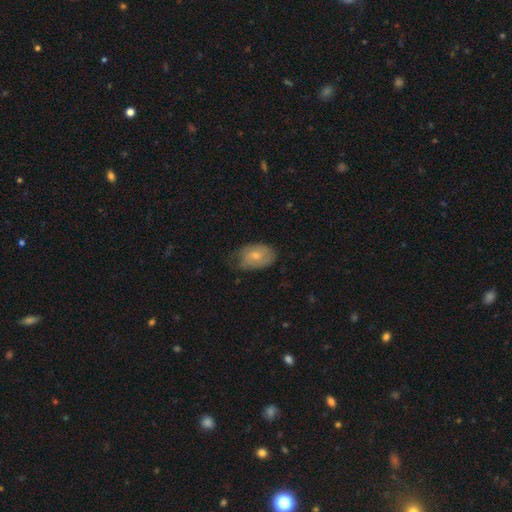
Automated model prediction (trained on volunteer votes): Smooth or featured: smooth — 66% (featured or disk — 28%)
How rounded: in between — 86% (round — 12%)
Merging: none — 53% (minor disturbance — 36%)